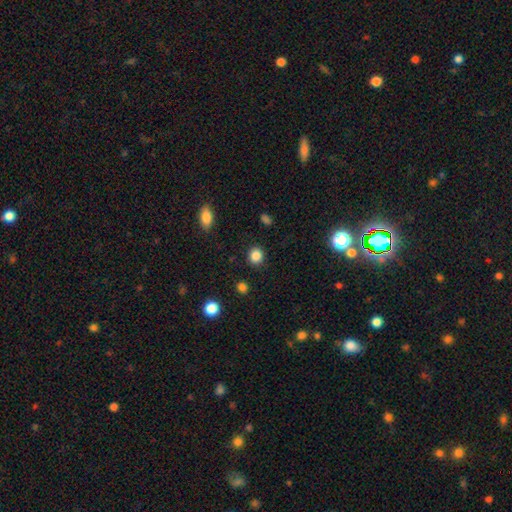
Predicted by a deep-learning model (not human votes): Morphology: type=smooth (86%); roundness=round (85%); merging=none (90%).